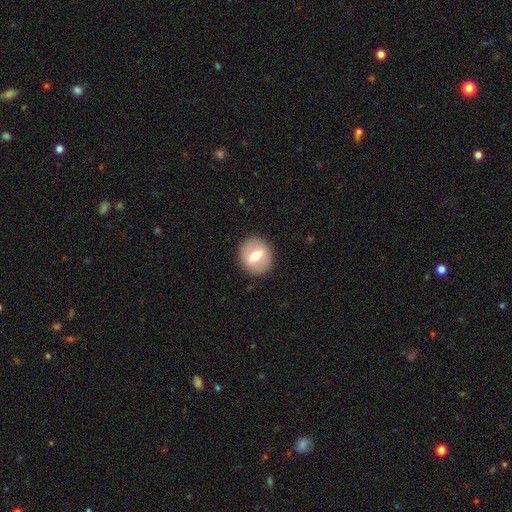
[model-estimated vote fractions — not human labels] A smooth galaxy with no disk features (56%) that is round (80%). Merging: none (89%).